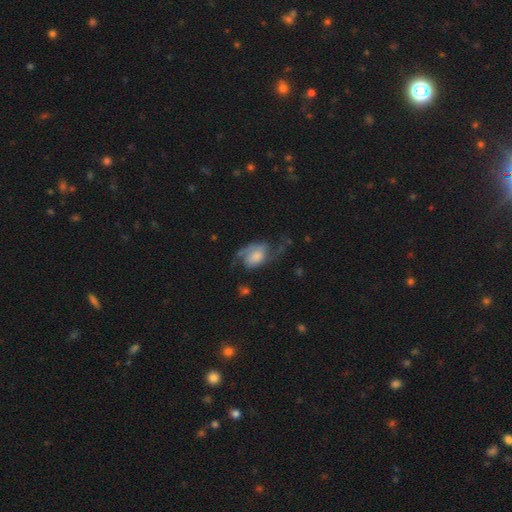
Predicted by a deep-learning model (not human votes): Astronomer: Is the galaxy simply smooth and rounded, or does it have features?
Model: featured or disk — 72%.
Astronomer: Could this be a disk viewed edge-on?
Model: no — 97%.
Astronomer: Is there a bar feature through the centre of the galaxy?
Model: no — 65%.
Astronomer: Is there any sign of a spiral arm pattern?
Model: yes — 92%.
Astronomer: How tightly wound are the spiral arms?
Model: loose — 51% (runner-up: medium, 38%).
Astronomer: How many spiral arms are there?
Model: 2 — 85%.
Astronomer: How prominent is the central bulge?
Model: large — 31% (runner-up: moderate, 26%).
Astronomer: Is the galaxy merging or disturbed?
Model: none — 51%.